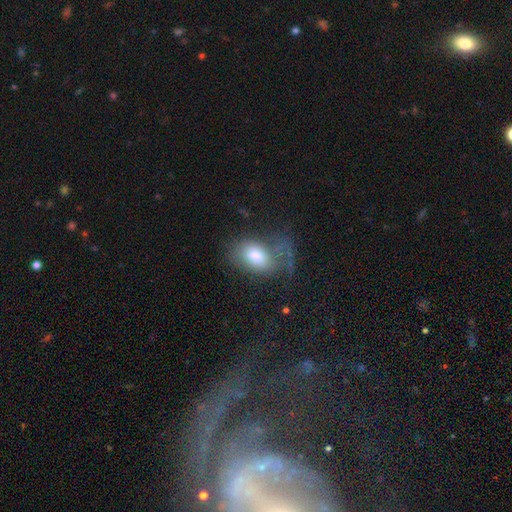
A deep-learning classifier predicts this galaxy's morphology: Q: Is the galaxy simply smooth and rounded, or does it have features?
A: smooth — 73%.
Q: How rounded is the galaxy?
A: in between — 85%.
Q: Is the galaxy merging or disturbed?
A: none — 38%.